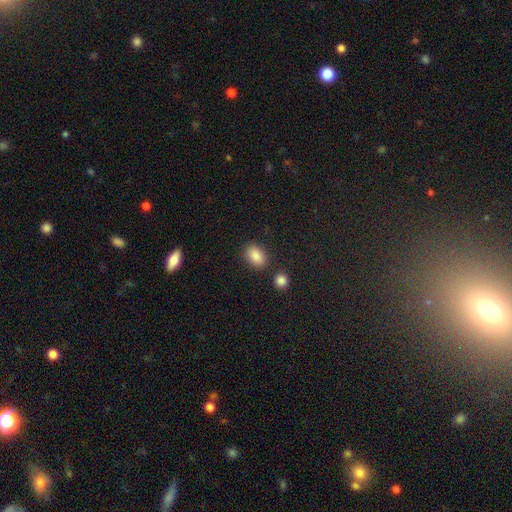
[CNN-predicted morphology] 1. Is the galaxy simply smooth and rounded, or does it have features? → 87% smooth, 8% star or artifact, 5% featured or disk.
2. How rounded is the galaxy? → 81% in between, 18% round, 1% cigar-shaped.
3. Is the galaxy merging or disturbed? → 81% none, 11% minor disturbance, 6% merger, 3% major disturbance.